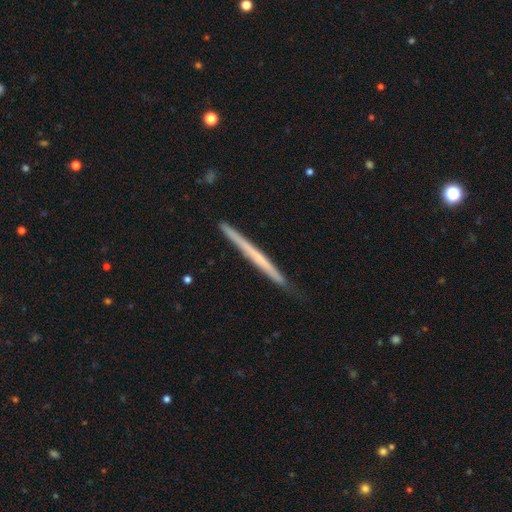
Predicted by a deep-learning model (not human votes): smooth-or-featured: featured or disk: 53% | smooth: 41% | star or artifact: 6%
  disk-edge-on: yes: 97% | no: 3%
    edge-on-bulge: none: 87% | rounded: 10% | boxy: 3%
  merging: none: 84% | minor disturbance: 13% | major disturbance: 2% | merger: 1%